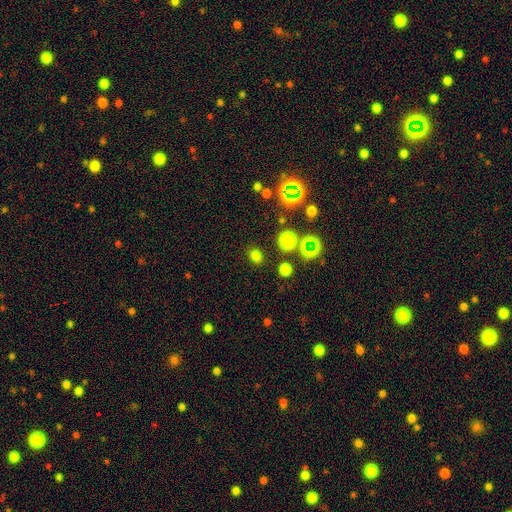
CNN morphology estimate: The model was most divided on "how rounded": round: 59%, in between: 39%, cigar-shaped: 1%. More confident: merging — none (83%); smooth or featured — smooth (71%).